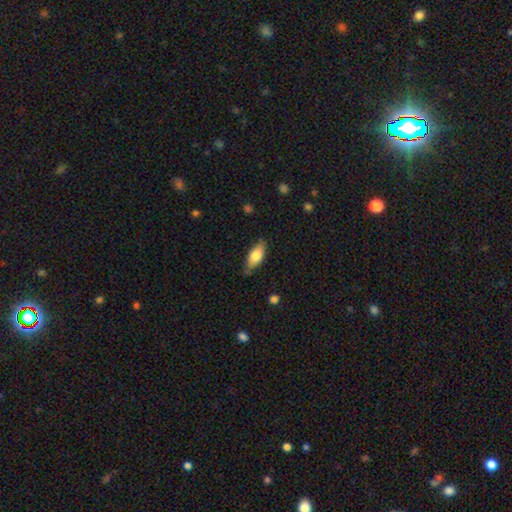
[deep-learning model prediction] A smooth galaxy with no disk features (73%) that is in between round and cigar-shaped (79%). Merging: none (76%).